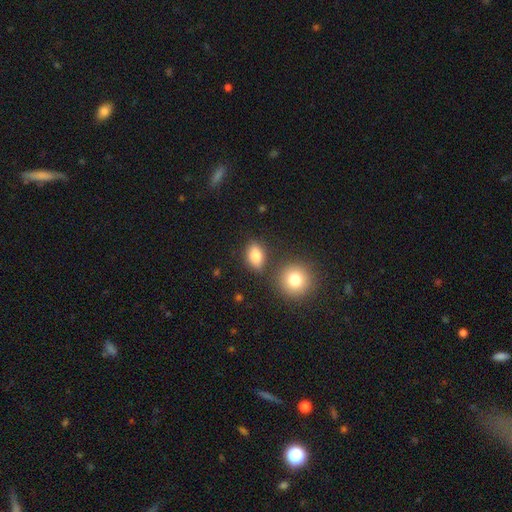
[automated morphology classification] smooth_or_featured: smooth (p=0.81) [alt: featured or disk p=0.09]
how_rounded: in between (p=0.80) [alt: round p=0.17]
merging: none (p=0.76) [alt: minor disturbance p=0.12]